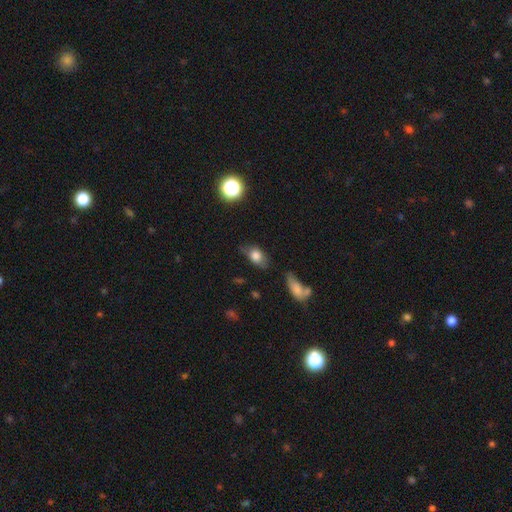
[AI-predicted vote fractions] Smooth or featured?
  - smooth: 74% *
  - featured or disk: 16%
  - star or artifact: 10%
How rounded?
  - in between: 78% *
  - round: 18%
  - cigar-shaped: 4%
Merging?
  - none: 58% *
  - minor disturbance: 29%
  - major disturbance: 9%
  - merger: 4%